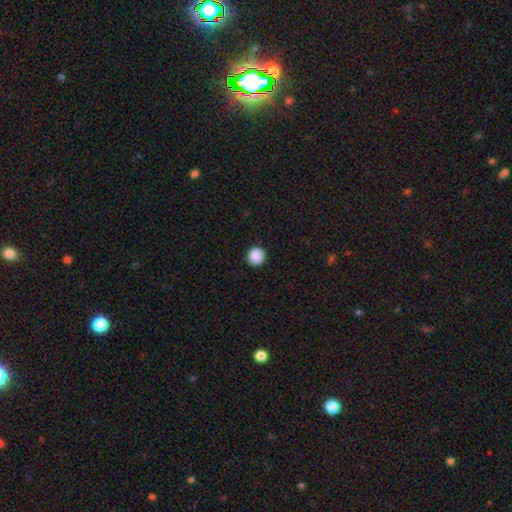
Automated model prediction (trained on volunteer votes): Smooth or featured: smooth — 89% (star or artifact — 9%)
How rounded: round — 94% (in between — 5%)
Merging: none — 92% (minor disturbance — 5%)